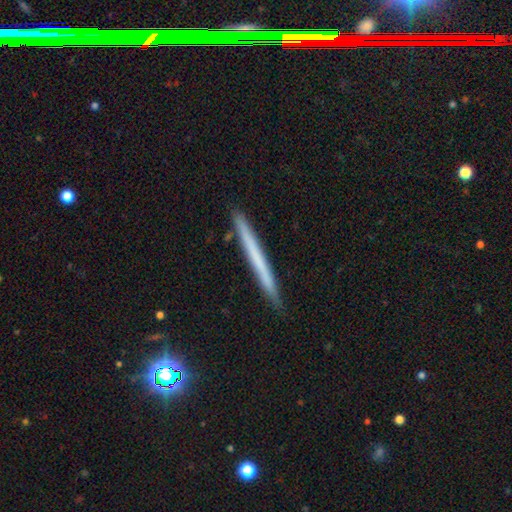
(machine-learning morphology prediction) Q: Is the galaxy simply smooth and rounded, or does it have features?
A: smooth — 53%.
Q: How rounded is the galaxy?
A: cigar-shaped — 97%.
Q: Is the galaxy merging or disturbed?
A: none — 90%.